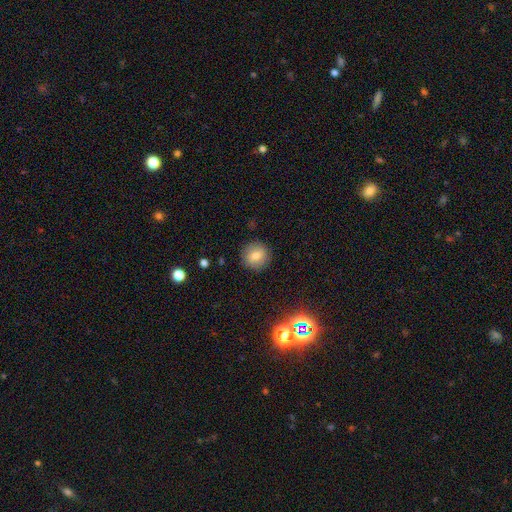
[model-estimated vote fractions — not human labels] smooth 77%, featured or disk 12%, star or artifact 11%. Down the decision tree: how rounded — round (91%); merging — none (89%).